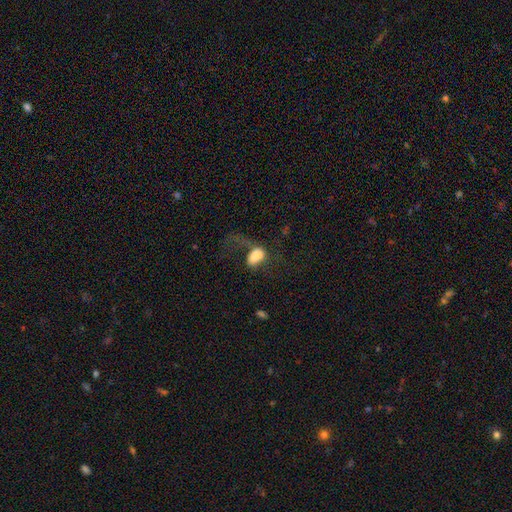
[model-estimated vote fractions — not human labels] This appears to be a smooth galaxy with no disk features (72%) that is in between round and cigar-shaped (90%). Merging: major disturbance (52%).